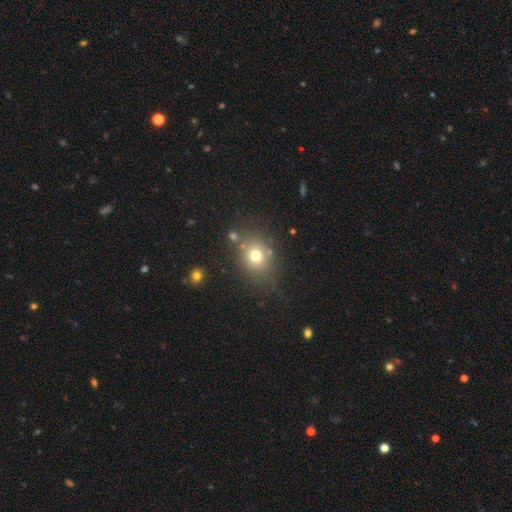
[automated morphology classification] Smooth or featured: smooth — 73% (star or artifact — 15%)
How rounded: round — 64% (in between — 35%)
Merging: none — 71% (minor disturbance — 15%)